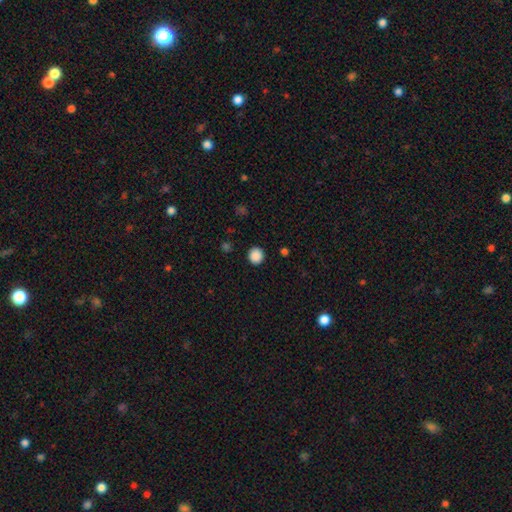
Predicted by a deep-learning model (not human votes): Smooth or featured? Predicted: smooth (p=0.88). How rounded? Predicted: round (p=0.93). Merging? Predicted: none (p=0.92).